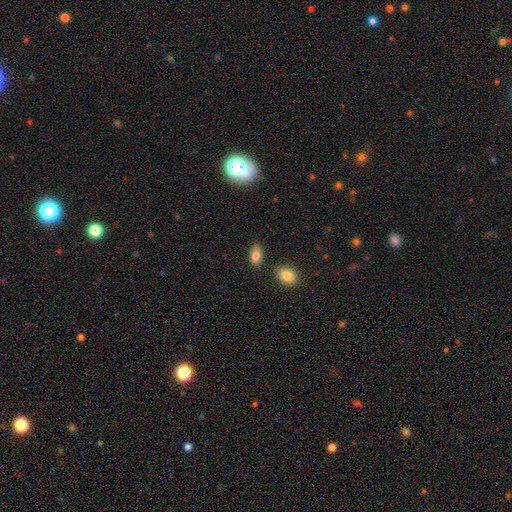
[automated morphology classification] The model was most divided on "merging": none: 73%, minor disturbance: 18%, merger: 5%, major disturbance: 4%. More confident: how rounded — in between (88%); smooth or featured — smooth (83%).